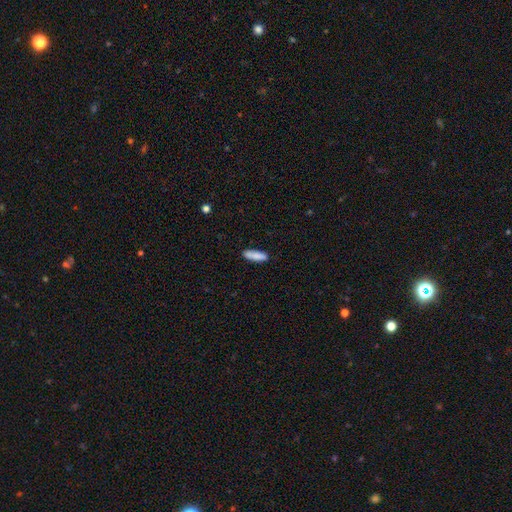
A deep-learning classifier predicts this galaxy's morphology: Smooth or featured? Predicted: smooth (p=0.85). How rounded? Predicted: cigar-shaped (p=0.56). Merging? Predicted: none (p=0.85).